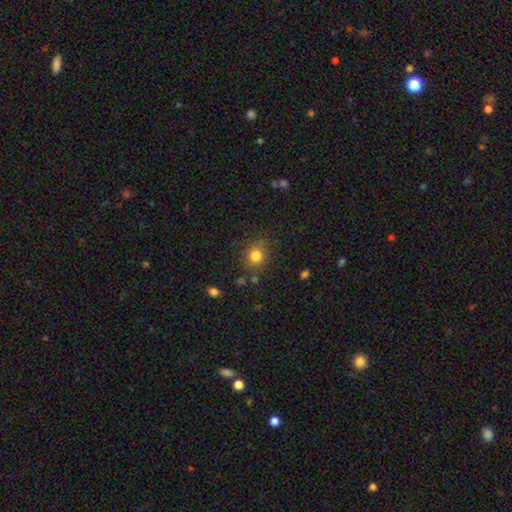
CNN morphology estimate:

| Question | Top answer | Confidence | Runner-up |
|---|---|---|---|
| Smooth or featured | smooth | 81% | star or artifact (13%) |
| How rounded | round | 84% | in between (15%) |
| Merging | none | 80% | minor disturbance (12%) |